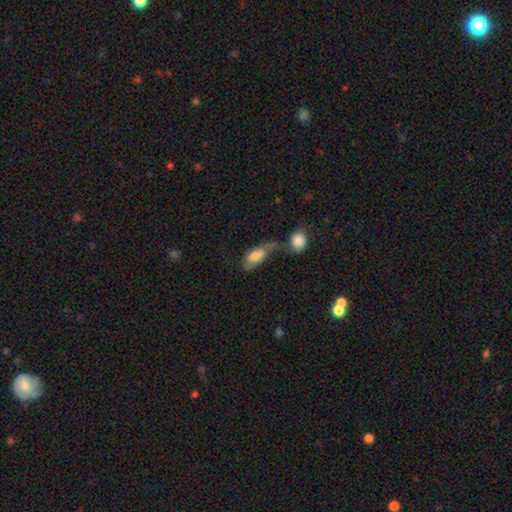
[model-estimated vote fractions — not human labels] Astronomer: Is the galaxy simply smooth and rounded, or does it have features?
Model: smooth — 76%.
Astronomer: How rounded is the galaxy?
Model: in between — 86%.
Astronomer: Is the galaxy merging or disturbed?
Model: merger — 48%.